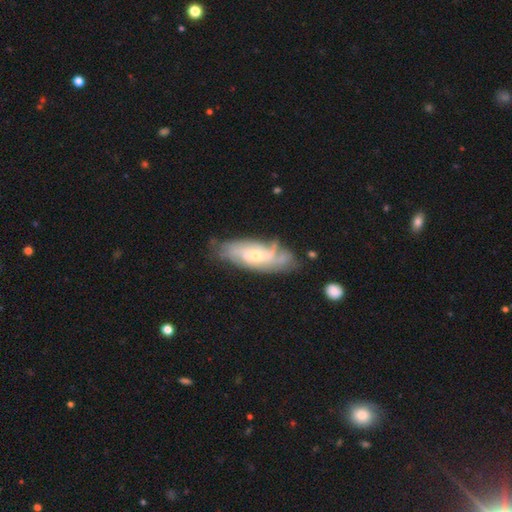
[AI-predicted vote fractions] A featured or disk galaxy (75%) with no bar (65%), tight (58%) spiral arms (89%) and a moderate central bulge (51%).

Vote fractions:
- Smooth or featured? featured or disk: 75% / smooth: 19% / star or artifact: 6%
- Edge-on disk? no: 88% / yes: 12%
- Bar? no: 65% / weak: 29% / strong: 6%
- Spiral arms? yes: 89% / no: 11%
- Spiral winding? tight: 58% / medium: 32% / loose: 11%
- Spiral arm count? can't tell: 49% / 2: 17% / 3: 15% / 4: 10% / more than 4: 4% / 1: 4%
- Bulge size? moderate: 51% / small: 44% / large: 3% / none: 1% / dominant: 1%
- Merging? none: 64% / minor disturbance: 23% / major disturbance: 8% / merger: 4%